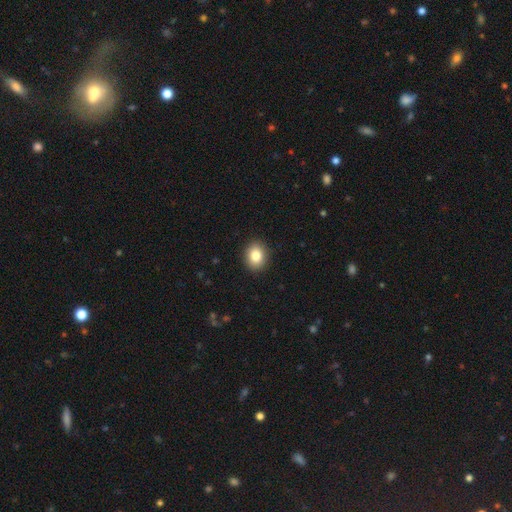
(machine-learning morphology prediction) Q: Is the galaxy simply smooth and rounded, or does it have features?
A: smooth — 84%.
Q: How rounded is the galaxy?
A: in between — 53%.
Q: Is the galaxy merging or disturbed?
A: none — 91%.